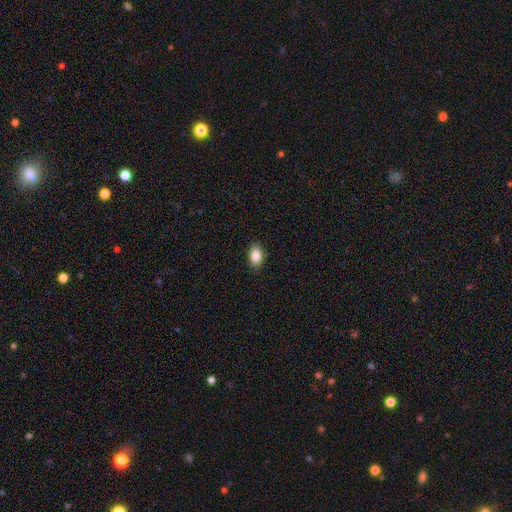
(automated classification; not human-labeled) A smooth galaxy with no disk features (86%) that is in between round and cigar-shaped (88%). Merging: none (89%).